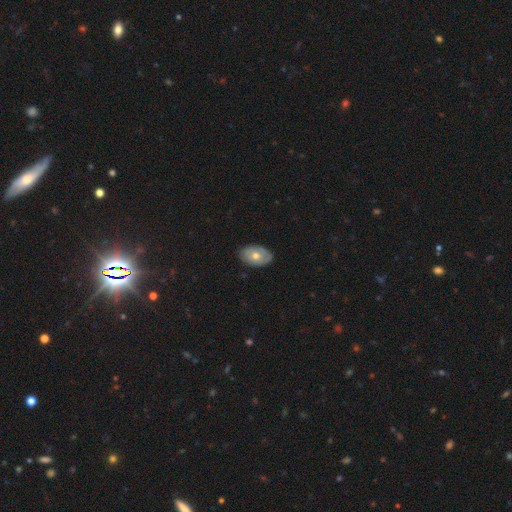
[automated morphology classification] smooth-or-featured: smooth: 57% | featured or disk: 36% | star or artifact: 7%
  how-rounded: in between: 88% | round: 10% | cigar-shaped: 1%
  merging: none: 83% | minor disturbance: 14% | major disturbance: 2% | merger: 1%